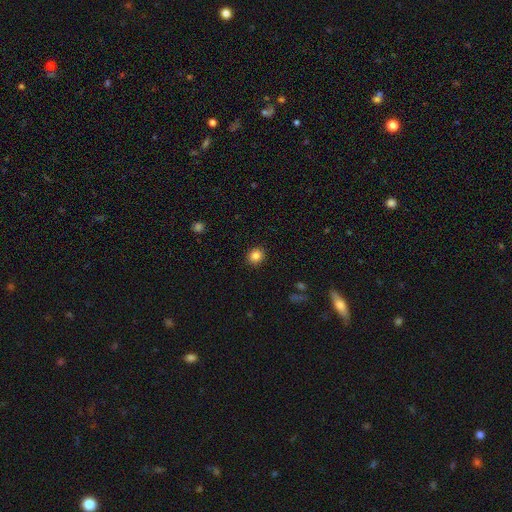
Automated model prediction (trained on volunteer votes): smooth 85%, star or artifact 10%, featured or disk 5%. Down the decision tree: how rounded — round (77%); merging — none (90%).